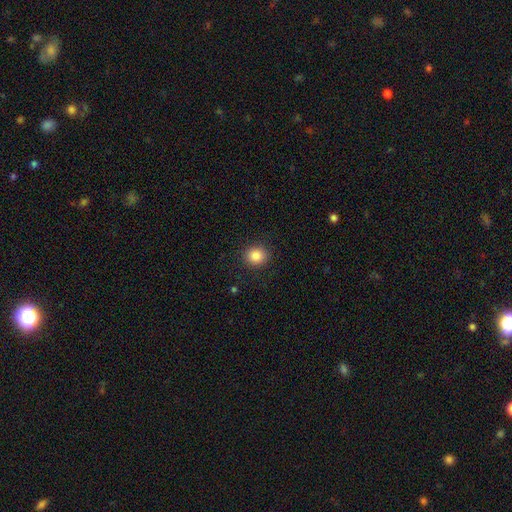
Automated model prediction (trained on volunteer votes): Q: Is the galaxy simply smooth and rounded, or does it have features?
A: smooth — 86%.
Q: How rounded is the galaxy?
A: round — 81%.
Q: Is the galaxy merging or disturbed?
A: none — 89%.